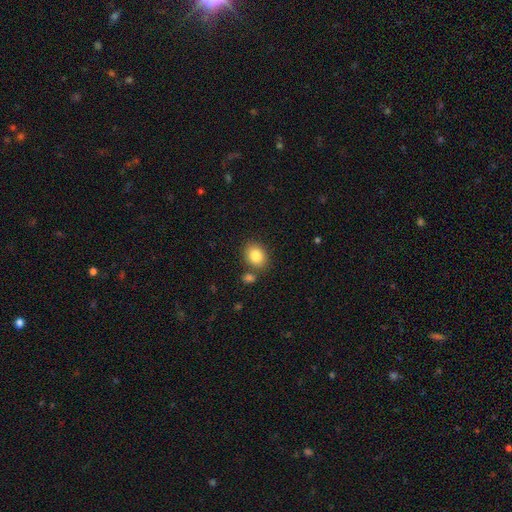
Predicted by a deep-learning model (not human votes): Smooth or featured? smooth (84%)
How rounded? in between (53%)
Merging? none (75%)